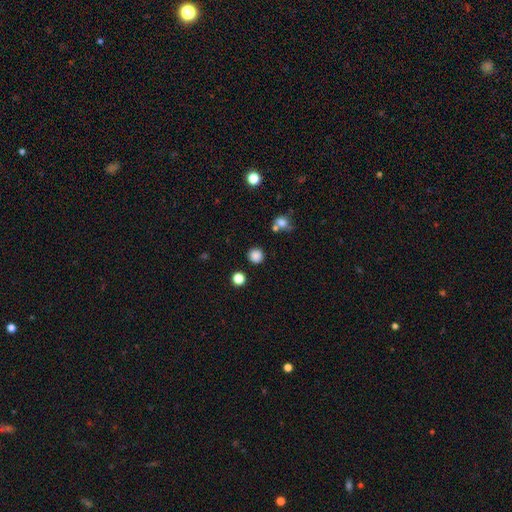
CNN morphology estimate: The model was most divided on "smooth or featured": smooth: 84%, star or artifact: 12%, featured or disk: 3%. More confident: how rounded — round (94%); merging — none (87%).